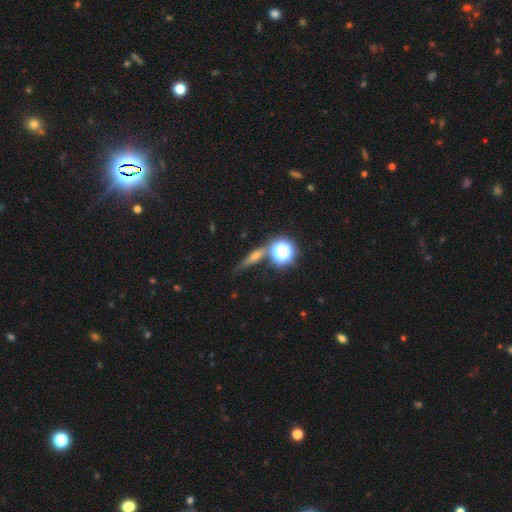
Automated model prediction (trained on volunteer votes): A featured or disk galaxy (38%).

Vote fractions:
- Smooth or featured? featured or disk: 38% / smooth: 35% / star or artifact: 27%
- Merging? none: 75% / minor disturbance: 12% / merger: 8% / major disturbance: 5%